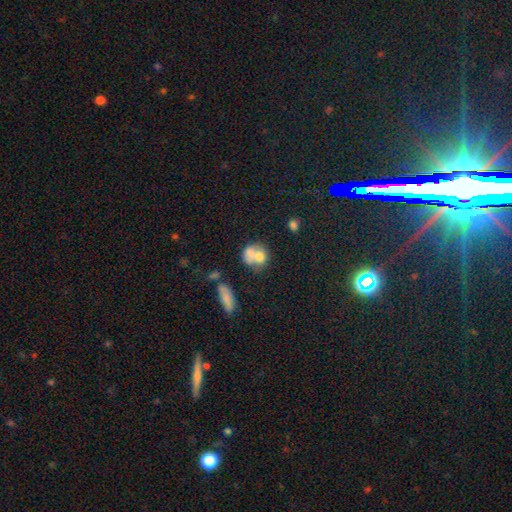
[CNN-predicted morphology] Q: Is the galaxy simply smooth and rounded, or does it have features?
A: smooth — 65%.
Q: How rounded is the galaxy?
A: round — 65%.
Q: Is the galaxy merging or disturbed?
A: merger — 56%.